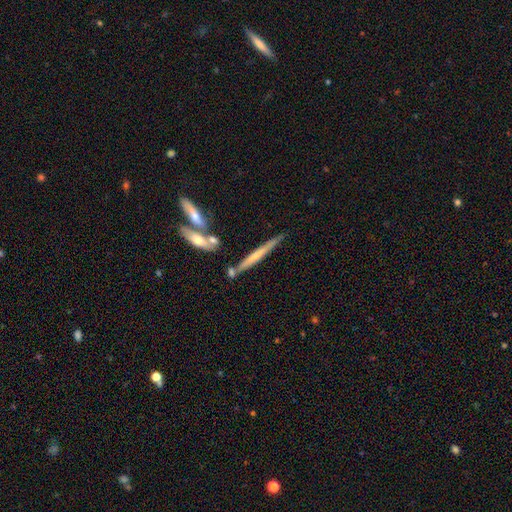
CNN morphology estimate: Smooth or featured? Predicted: featured or disk (p=0.51). Edge-on disk? Predicted: yes (p=0.93). Merging? Predicted: none (p=0.70).